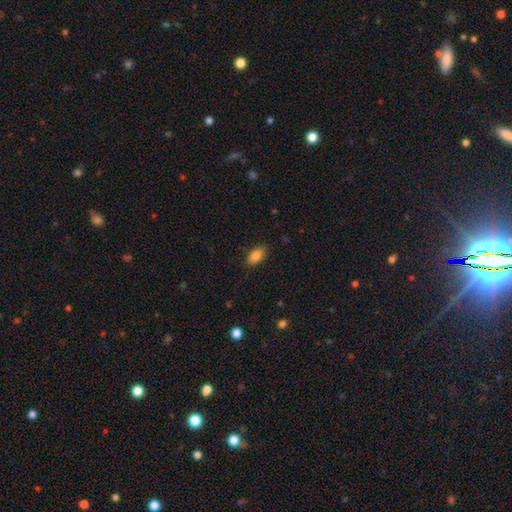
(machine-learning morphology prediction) smooth-or-featured: smooth: 86% | star or artifact: 8% | featured or disk: 6%
  how-rounded: in between: 91% | round: 5% | cigar-shaped: 4%
  merging: none: 85% | minor disturbance: 11% | major disturbance: 3% | merger: 1%